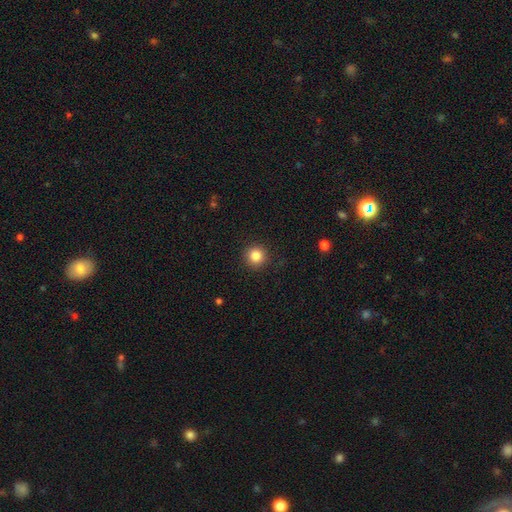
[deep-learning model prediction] A smooth galaxy with no disk features (84%) that is round (95%). Merging: none (91%).